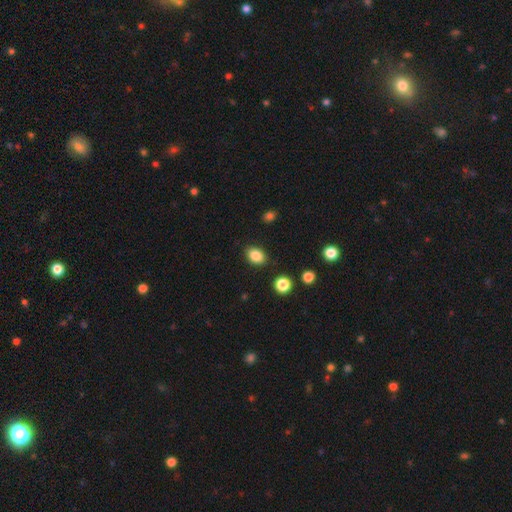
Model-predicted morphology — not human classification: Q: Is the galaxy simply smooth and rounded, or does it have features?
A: smooth — 86%.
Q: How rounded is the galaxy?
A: in between — 74%.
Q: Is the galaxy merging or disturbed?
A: none — 86%.